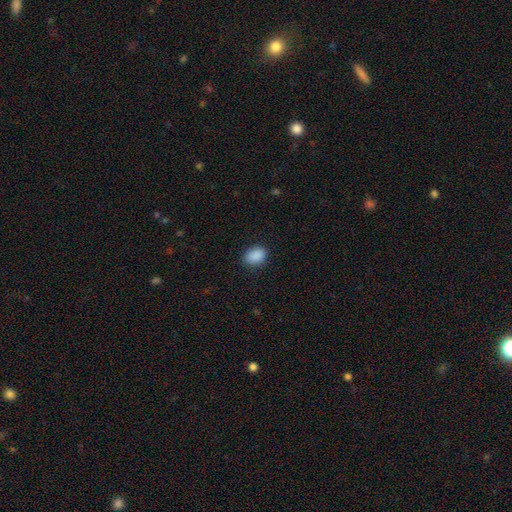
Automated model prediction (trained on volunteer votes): A smooth galaxy with no disk features (89%) that is in between round and cigar-shaped (74%).

Vote fractions:
- Smooth or featured? smooth: 89% / star or artifact: 8% / featured or disk: 2%
- How rounded? in between: 74% / round: 25% / cigar-shaped: 1%
- Merging? none: 85% / minor disturbance: 11% / major disturbance: 3% / merger: 1%